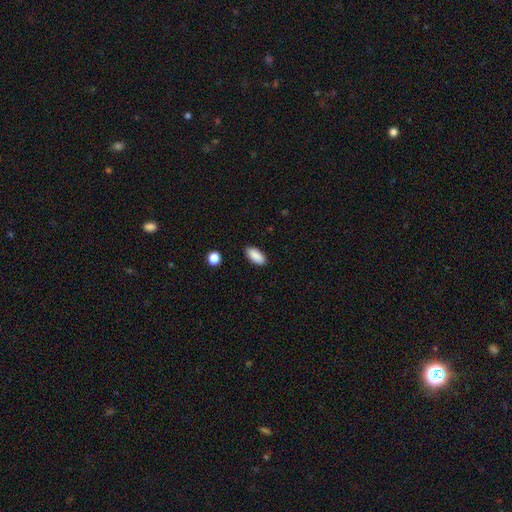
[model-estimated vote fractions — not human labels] Q: Smooth or featured?
A: smooth (89%); runner-up: star or artifact (7%)
Q: How rounded?
A: in between (89%); runner-up: cigar-shaped (9%)
Q: Merging?
A: none (87%); runner-up: minor disturbance (10%)